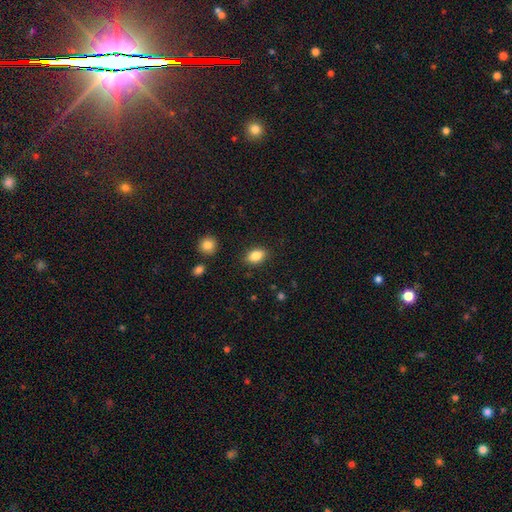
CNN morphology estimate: Q: Smooth or featured?
A: smooth (85%); runner-up: star or artifact (9%)
Q: How rounded?
A: in between (84%); runner-up: round (14%)
Q: Merging?
A: none (87%); runner-up: minor disturbance (9%)